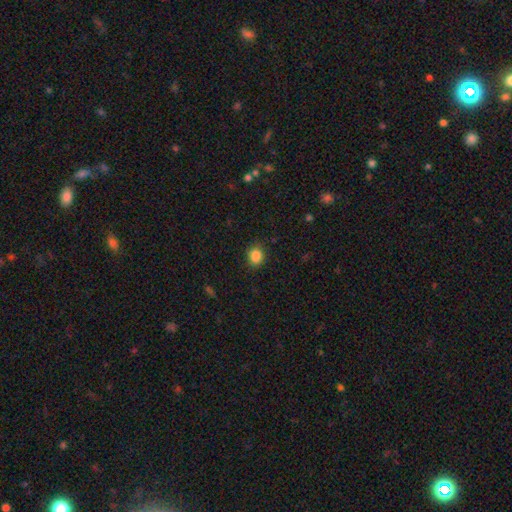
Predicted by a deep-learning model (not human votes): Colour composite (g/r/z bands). It shows a smooth galaxy with no disk features (86%) that is round (60%). Merging: none (83%).